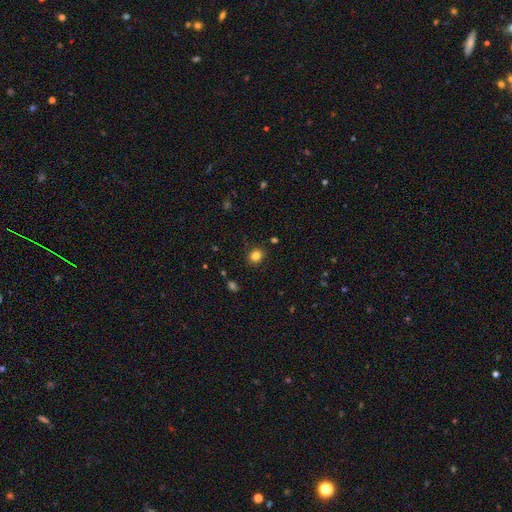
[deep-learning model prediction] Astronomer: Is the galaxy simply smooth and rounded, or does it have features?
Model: smooth — 83%.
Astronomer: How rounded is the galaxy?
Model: round — 77%.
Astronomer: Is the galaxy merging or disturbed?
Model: none — 87%.